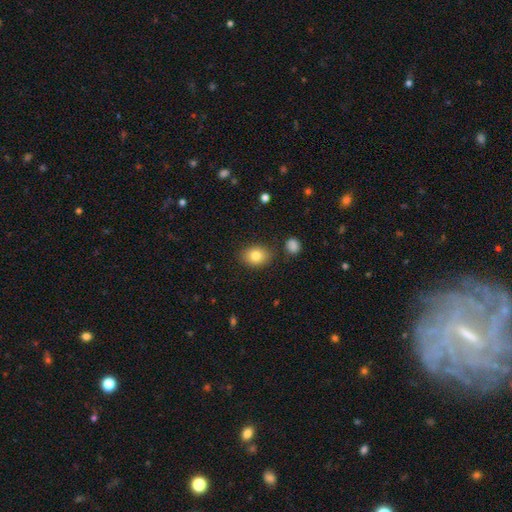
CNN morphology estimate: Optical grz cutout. It shows a smooth galaxy with no disk features (81%) that is in between round and cigar-shaped (60%). Merging: none (83%).